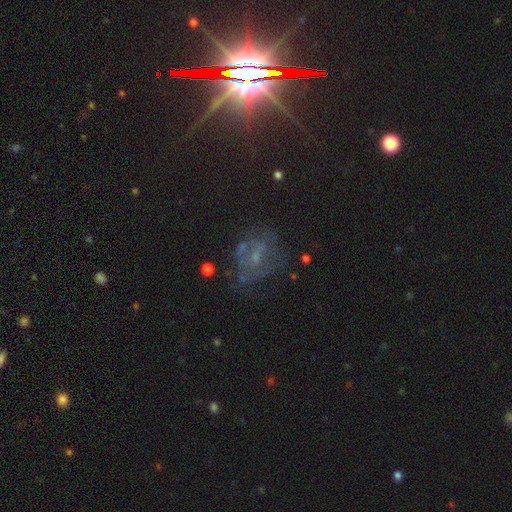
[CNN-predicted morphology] smooth_or_featured: featured or disk (p=0.46) [alt: star or artifact p=0.34]
merging: none (p=0.53) [alt: major disturbance p=0.22]